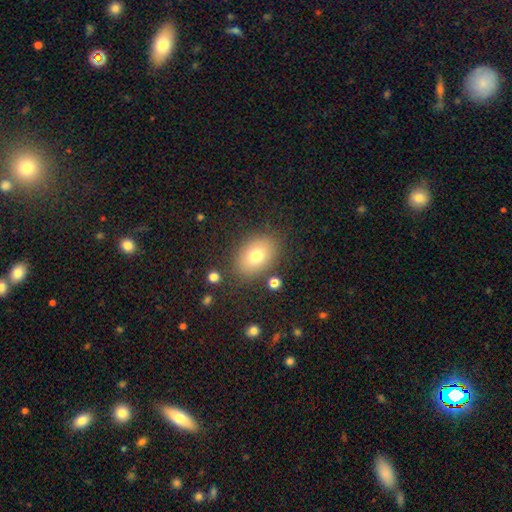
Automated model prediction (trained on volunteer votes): Overall: smooth (76%). How rounded: in between (75%). Merging: none (81%).